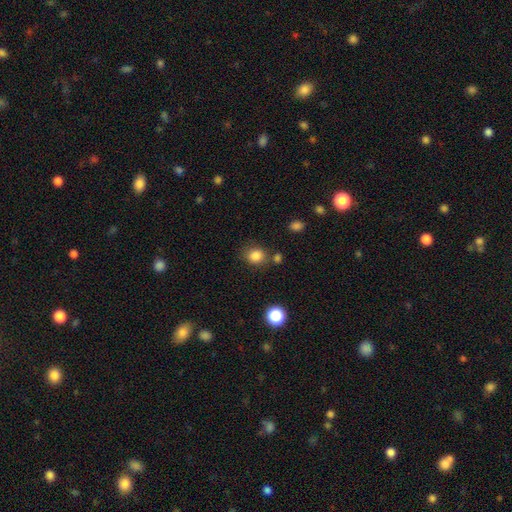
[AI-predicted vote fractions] Overall: smooth (84%). How rounded: round (75%). Merging: none (73%).